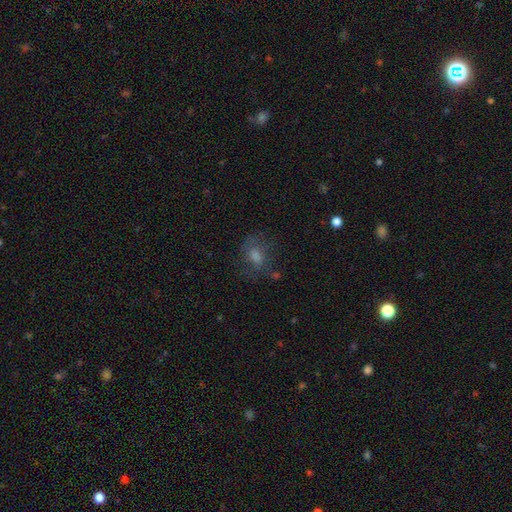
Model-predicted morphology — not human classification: Smooth or featured: smooth — 48% (featured or disk — 28%)
Merging: none — 62% (minor disturbance — 19%)